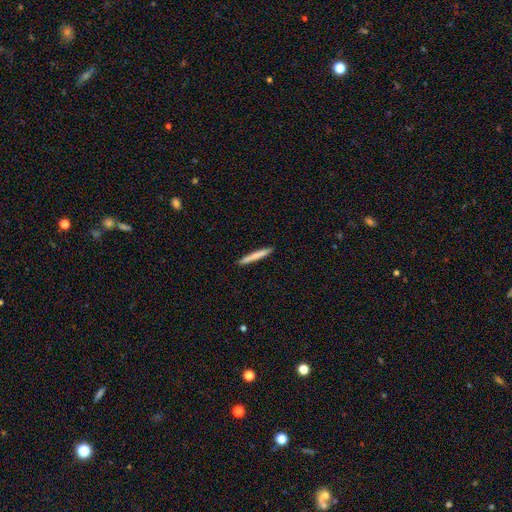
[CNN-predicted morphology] Q: Smooth or featured?
A: smooth (73%); runner-up: featured or disk (21%)
Q: How rounded?
A: cigar-shaped (96%); runner-up: in between (2%)
Q: Merging?
A: none (92%); runner-up: minor disturbance (6%)